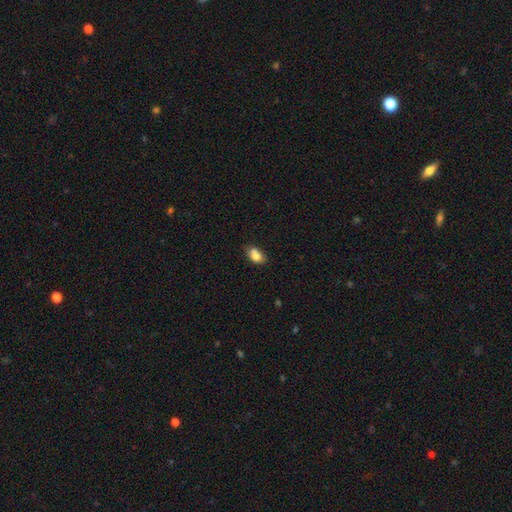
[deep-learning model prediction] smooth_or_featured: smooth (p=0.76) [alt: featured or disk p=0.14]
how_rounded: in between (p=0.80) [alt: round p=0.17]
merging: none (p=0.47) [alt: merger p=0.28]